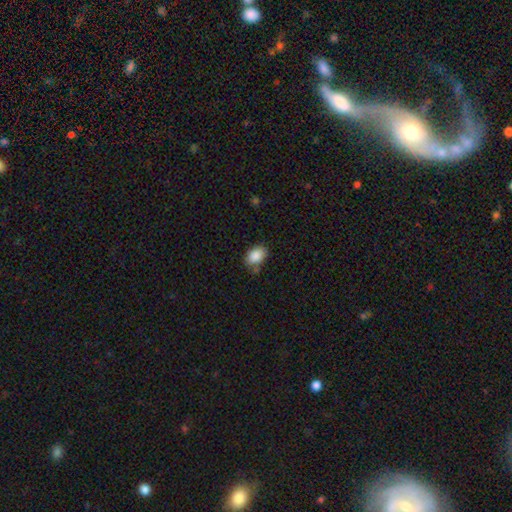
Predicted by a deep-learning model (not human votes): Smooth or featured? Predicted: smooth (p=0.87). How rounded? Predicted: in between (p=0.84). Merging? Predicted: none (p=0.68).